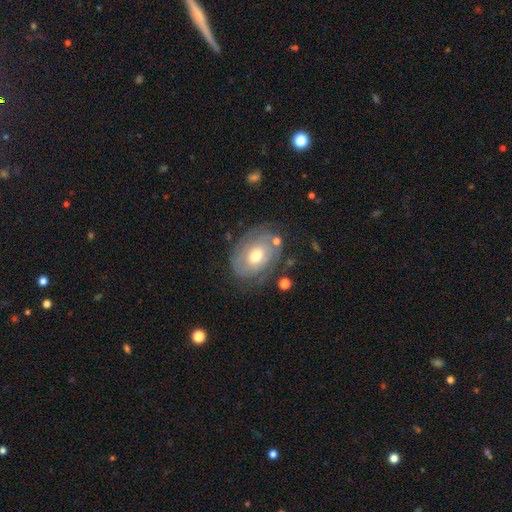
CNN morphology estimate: A featured or disk galaxy (67%) with no bar (73%), spiral arms (76%) and a moderate central bulge (72%).

Vote fractions:
- Smooth or featured? featured or disk: 67% / smooth: 26% / star or artifact: 7%
- Edge-on disk? no: 95% / yes: 5%
- Bar? no: 73% / weak: 22% / strong: 5%
- Spiral arms? yes: 76% / no: 24%
- Bulge size? moderate: 72% / small: 19% / large: 7% / dominant: 1% / none: 1%
- Merging? none: 67% / minor disturbance: 20% / major disturbance: 9% / merger: 3%